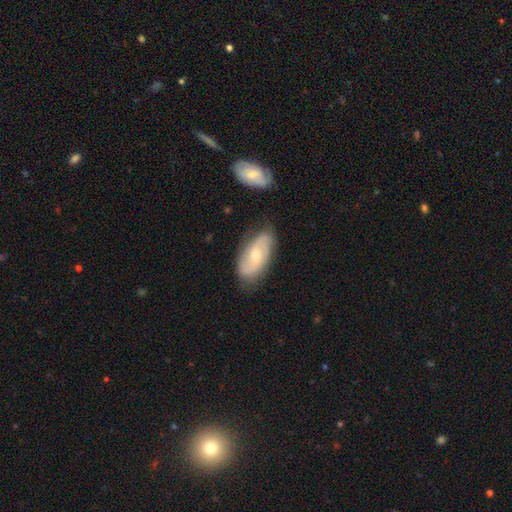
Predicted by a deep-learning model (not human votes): smooth-or-featured: featured or disk: 64% | smooth: 30% | star or artifact: 6%
  disk-edge-on: no: 93% | yes: 7%
    bar: no: 52% | weak: 38% | strong: 10%
    has-spiral-arms: yes: 86% | no: 14%
      spiral-winding: medium: 41% | loose: 34% | tight: 25%
      spiral-arm-count: 2: 79% | can't tell: 13% | 3: 3% | 1: 2% | 4: 1% | more than 4: 1%
    bulge-size: small: 49% | moderate: 47% | large: 2% | none: 1% | dominant: 1%
  merging: none: 74% | minor disturbance: 18% | major disturbance: 4% | merger: 4%